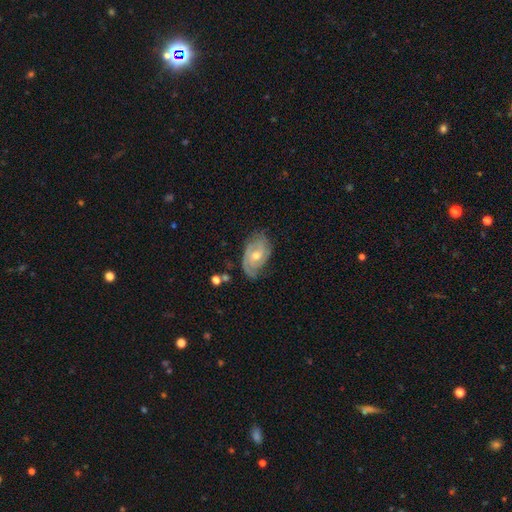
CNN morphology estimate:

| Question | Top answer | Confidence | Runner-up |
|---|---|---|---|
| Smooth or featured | featured or disk | 82% | smooth (11%) |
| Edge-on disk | no | 96% | yes (4%) |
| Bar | no | 61% | weak (33%) |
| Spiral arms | yes | 94% | no (6%) |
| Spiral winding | tight | 62% | medium (31%) |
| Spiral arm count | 2 | 55% | can't tell (19%) |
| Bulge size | moderate | 63% | small (33%) |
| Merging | none | 72% | minor disturbance (21%) |